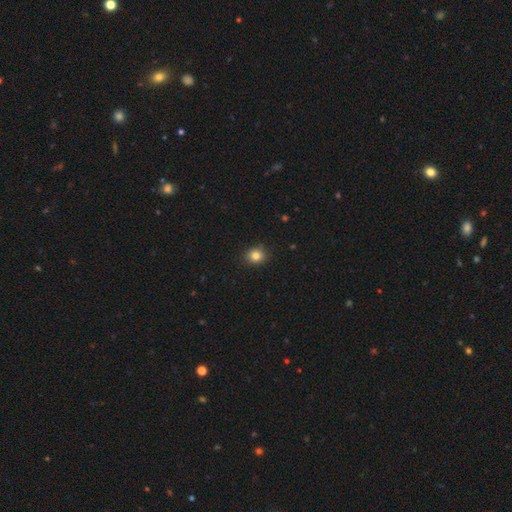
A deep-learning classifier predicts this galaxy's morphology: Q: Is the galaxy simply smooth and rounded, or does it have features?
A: smooth — 83%.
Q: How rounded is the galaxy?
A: round — 76%.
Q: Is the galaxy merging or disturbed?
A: none — 88%.